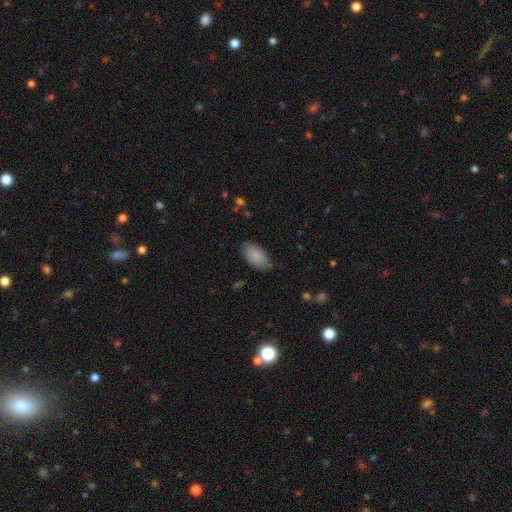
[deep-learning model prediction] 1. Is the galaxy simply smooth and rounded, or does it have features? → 84% smooth, 9% featured or disk, 7% star or artifact.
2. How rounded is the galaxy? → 94% in between, 3% round, 2% cigar-shaped.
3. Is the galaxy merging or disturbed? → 76% none, 19% minor disturbance, 3% major disturbance, 1% merger.